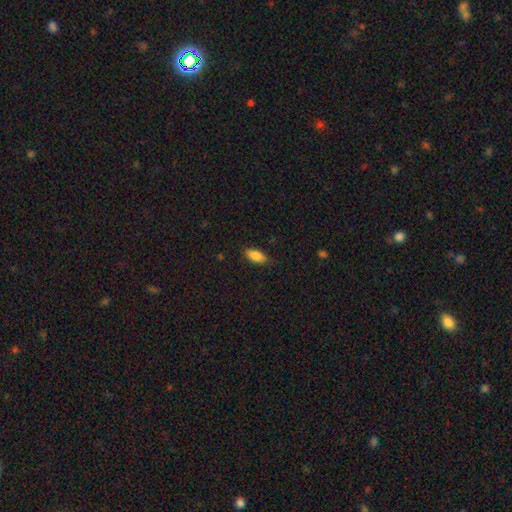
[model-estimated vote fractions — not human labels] This is clearly a smooth galaxy (86%). How rounded: clearly in between (86%). Merging: clearly none (84%).